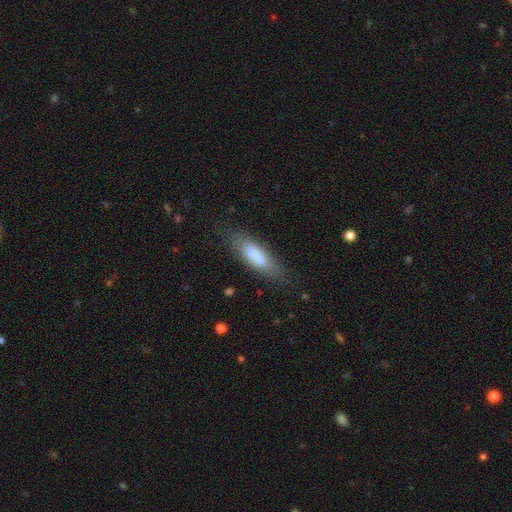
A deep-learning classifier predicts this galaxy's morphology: smooth 81%, featured or disk 13%, star or artifact 6%. Down the decision tree: how rounded — in between (52%); merging — none (79%).